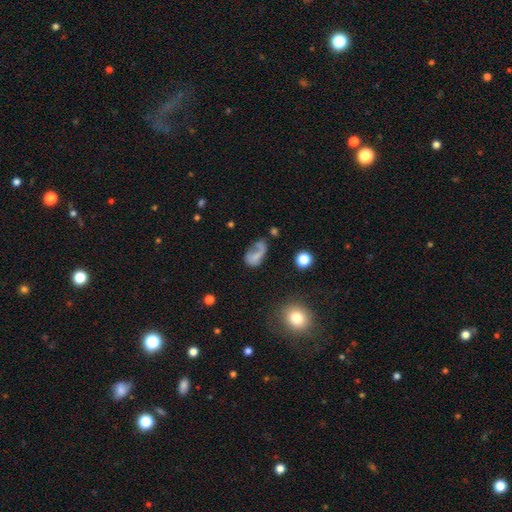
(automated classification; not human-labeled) smooth 54%, featured or disk 32%, star or artifact 14%. Down the decision tree: how rounded — in between (81%); merging — major disturbance (39%).